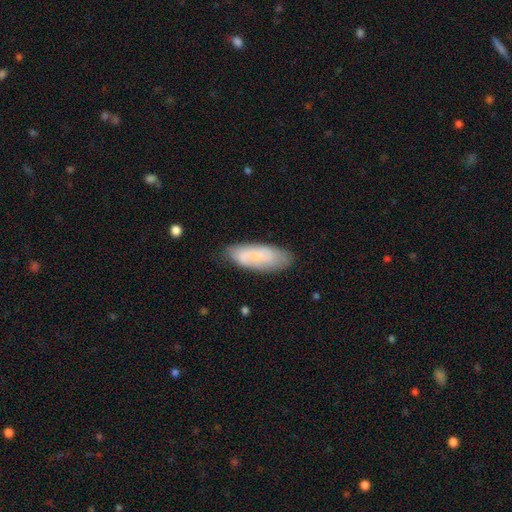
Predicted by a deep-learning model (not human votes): Morphology: type=smooth (58%); roundness=in between (70%); merging=none (74%).